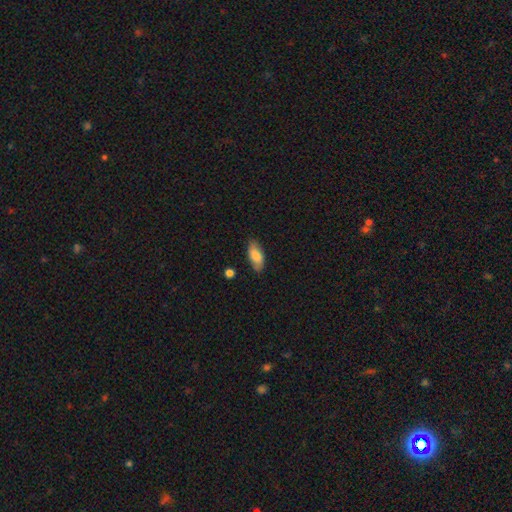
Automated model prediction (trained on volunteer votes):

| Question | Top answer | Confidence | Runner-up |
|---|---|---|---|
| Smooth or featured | smooth | 81% | featured or disk (13%) |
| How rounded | in between | 86% | cigar-shaped (11%) |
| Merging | none | 83% | minor disturbance (13%) |